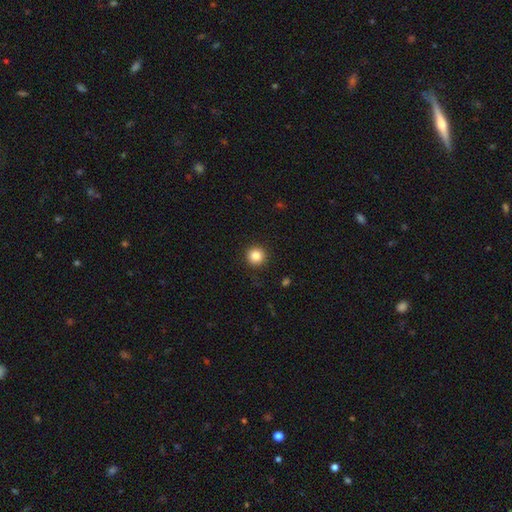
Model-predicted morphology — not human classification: smooth 85%, star or artifact 10%, featured or disk 4%. Down the decision tree: how rounded — round (95%); merging — none (92%).